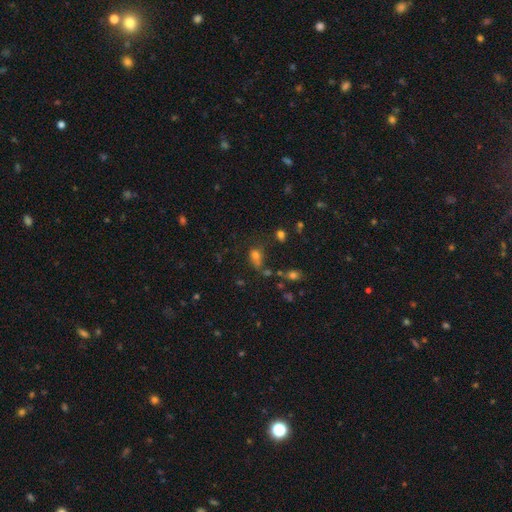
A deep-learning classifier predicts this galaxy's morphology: smooth 66%, star or artifact 22%, featured or disk 12%. Down the decision tree: how rounded — in between (62%); merging — none (43%).